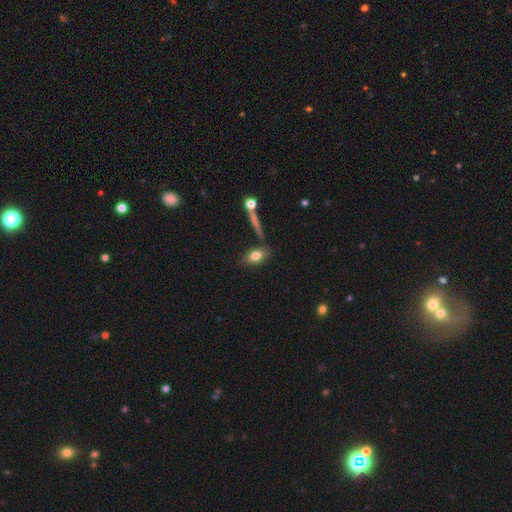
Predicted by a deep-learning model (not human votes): A smooth galaxy with no disk features (76%) that is in between round and cigar-shaped (78%). Merging: none (70%).